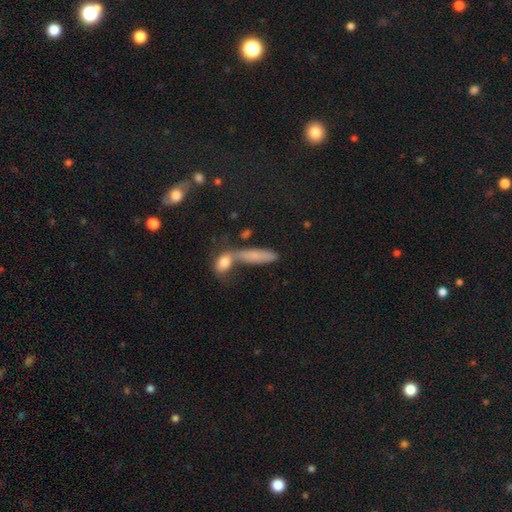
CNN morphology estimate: Q: Smooth or featured?
A: smooth (69%); runner-up: featured or disk (19%)
Q: How rounded?
A: cigar-shaped (55%); runner-up: in between (40%)
Q: Merging?
A: merger (41%); runner-up: none (38%)